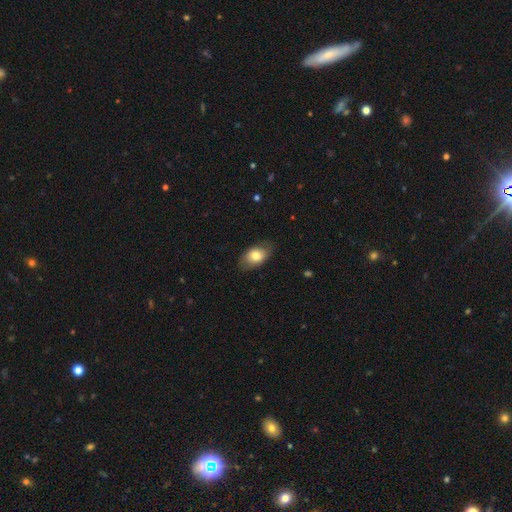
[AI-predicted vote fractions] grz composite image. It shows a smooth galaxy with no disk features (76%) that is in between round and cigar-shaped (87%). Merging: none (78%).